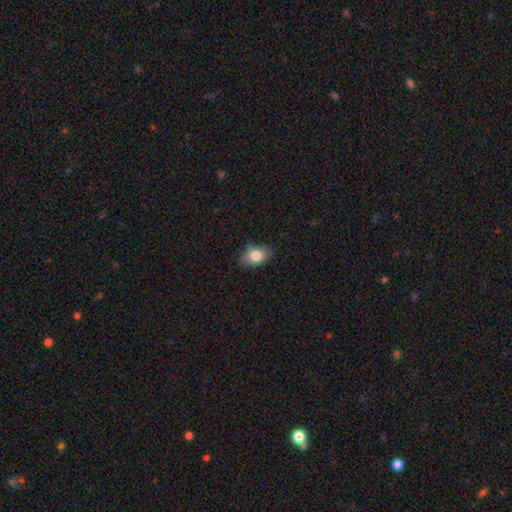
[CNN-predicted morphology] A smooth galaxy with no disk features (81%) that is in between round and cigar-shaped (84%).

Vote fractions:
- Smooth or featured? smooth: 81% / featured or disk: 11% / star or artifact: 8%
- How rounded? in between: 84% / round: 14% / cigar-shaped: 2%
- Merging? none: 75% / minor disturbance: 20% / major disturbance: 4% / merger: 1%